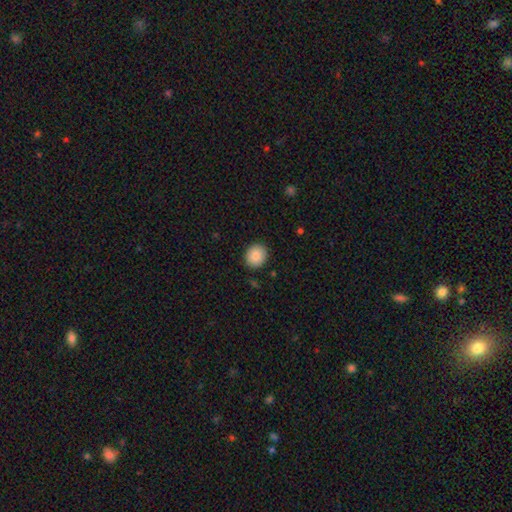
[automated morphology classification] Smooth or featured? Predicted: smooth (p=0.88). How rounded? Predicted: round (p=0.74). Merging? Predicted: none (p=0.89).